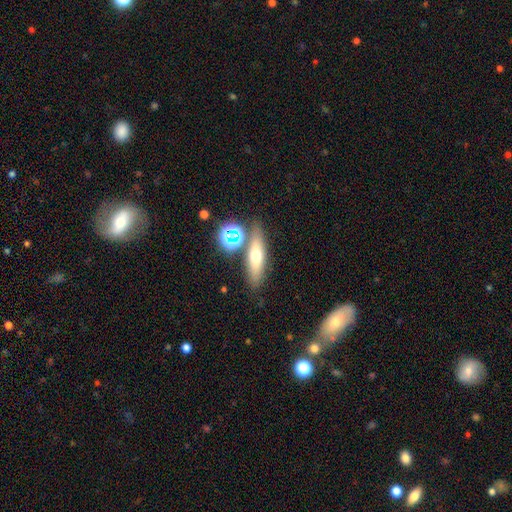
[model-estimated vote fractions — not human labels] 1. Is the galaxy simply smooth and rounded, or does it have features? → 54% smooth, 31% featured or disk, 15% star or artifact.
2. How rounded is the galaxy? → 55% cigar-shaped, 35% in between, 10% round.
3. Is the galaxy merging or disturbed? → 75% none, 12% merger, 10% minor disturbance, 3% major disturbance.